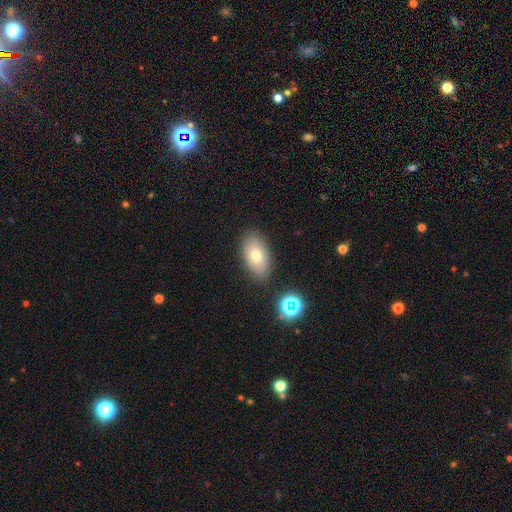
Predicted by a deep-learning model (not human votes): Smooth or featured? smooth (72%)
How rounded? in between (91%)
Merging? none (85%)